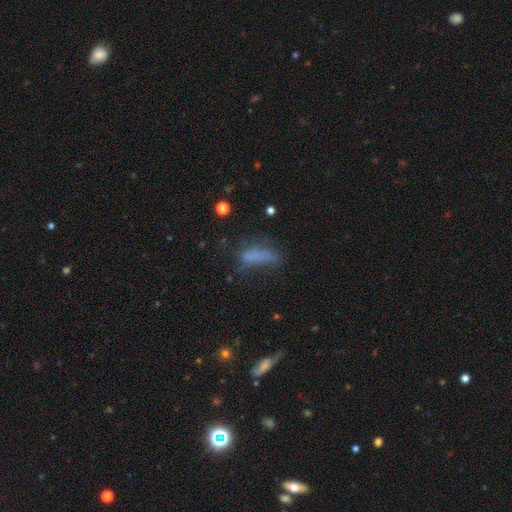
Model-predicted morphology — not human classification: This is likely a smooth galaxy (63%). How rounded: possibly in between (51%). Merging: marginally none (36%).